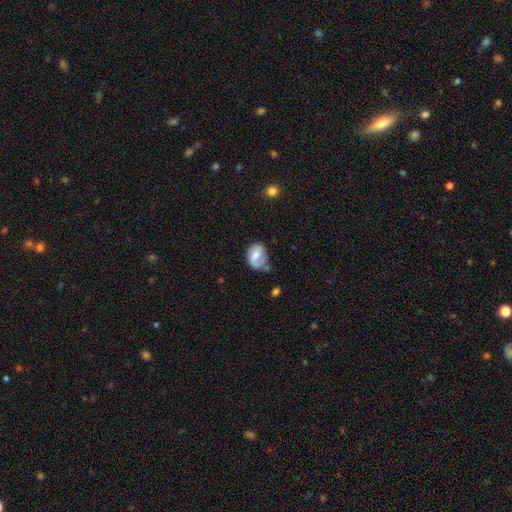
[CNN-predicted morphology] type=smooth (52%); roundness=in between (71%); merging=none (44%).